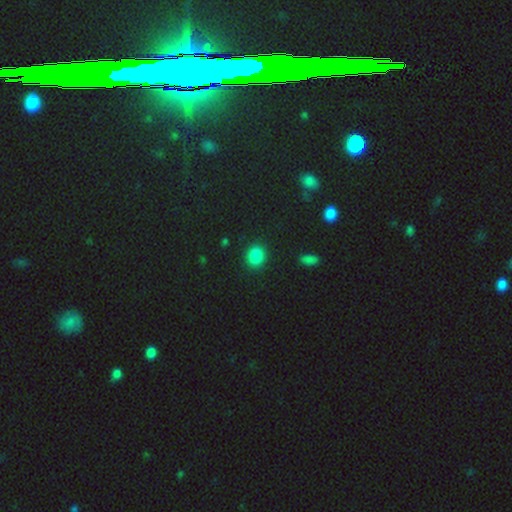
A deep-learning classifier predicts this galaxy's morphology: smooth 85%, star or artifact 12%, featured or disk 4%. Down the decision tree: how rounded — round (64%); merging — none (89%).